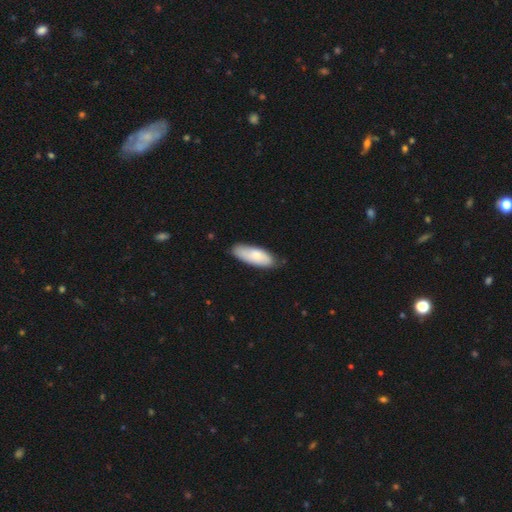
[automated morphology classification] Smooth or featured? Predicted: smooth (p=0.76). How rounded? Predicted: in between (p=0.74). Merging? Predicted: none (p=0.74).